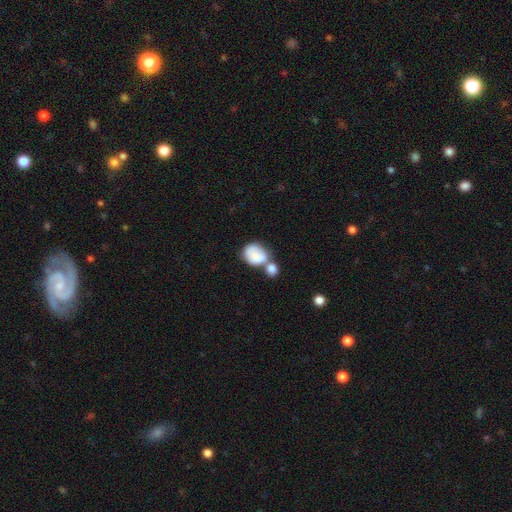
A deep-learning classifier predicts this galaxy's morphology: A smooth galaxy with no disk features (72%) that is round (51%). Merging: merger (52%).